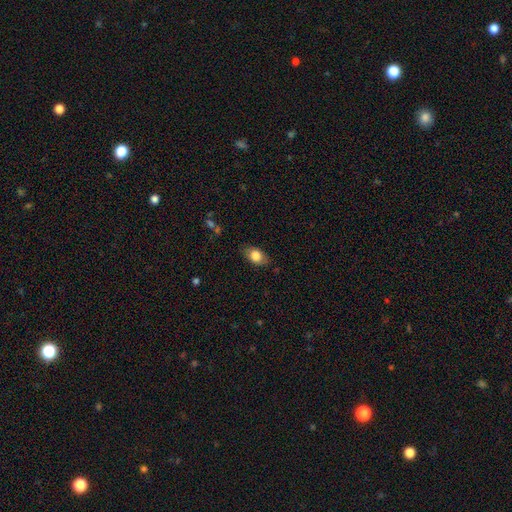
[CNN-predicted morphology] Smooth or featured? Predicted: smooth (p=0.80). How rounded? Predicted: in between (p=0.85). Merging? Predicted: none (p=0.80).